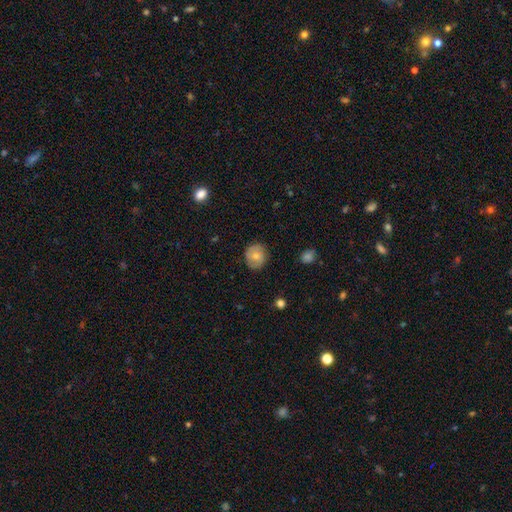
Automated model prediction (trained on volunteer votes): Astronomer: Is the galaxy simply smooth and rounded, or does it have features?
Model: smooth — 61%.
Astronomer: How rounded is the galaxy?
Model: round — 81%.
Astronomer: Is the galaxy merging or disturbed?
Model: none — 83%.